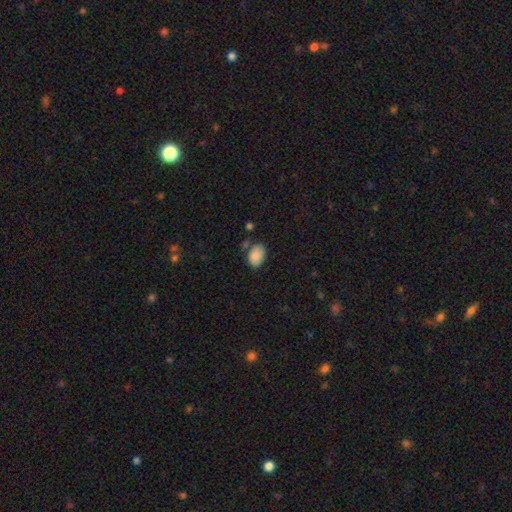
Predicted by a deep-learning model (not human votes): This appears to be a smooth galaxy with no disk features (88%) that is in between round and cigar-shaped (85%). Merging: none (72%).